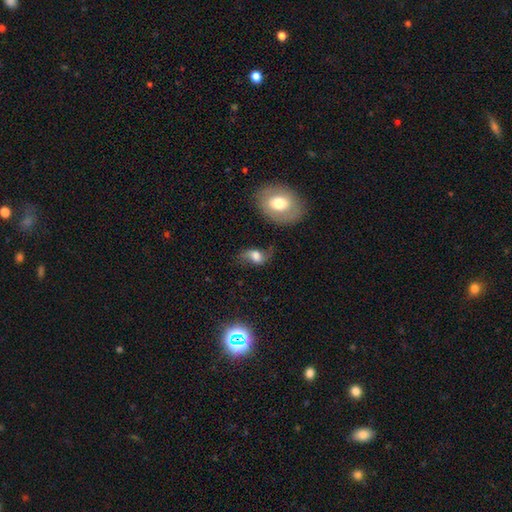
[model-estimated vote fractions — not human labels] Smooth or featured: featured or disk — 44% (tied with smooth — 44%)
Merging: none — 48% (minor disturbance — 25%)